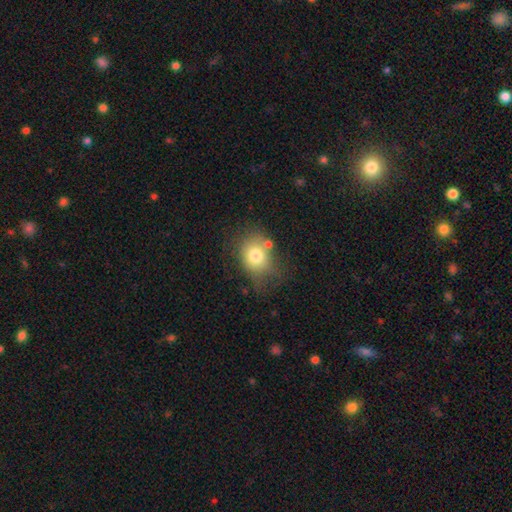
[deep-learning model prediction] Smooth or featured? smooth (75%)
How rounded? round (52%)
Merging? none (54%)